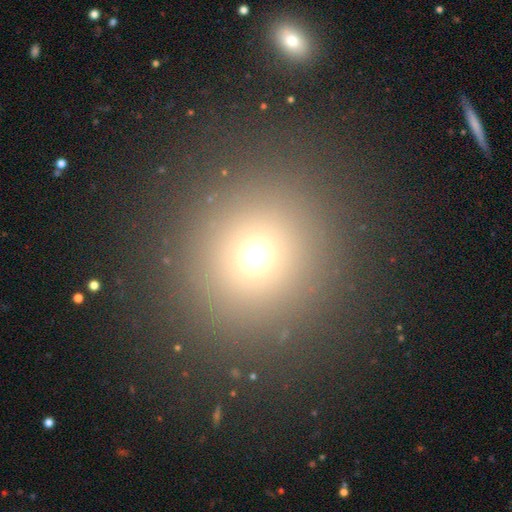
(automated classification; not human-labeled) smooth-or-featured: smooth: 67% | star or artifact: 25% | featured or disk: 9%
  how-rounded: round: 94% | in between: 5% | cigar-shaped: 1%
  merging: none: 89% | minor disturbance: 5% | major disturbance: 4% | merger: 2%